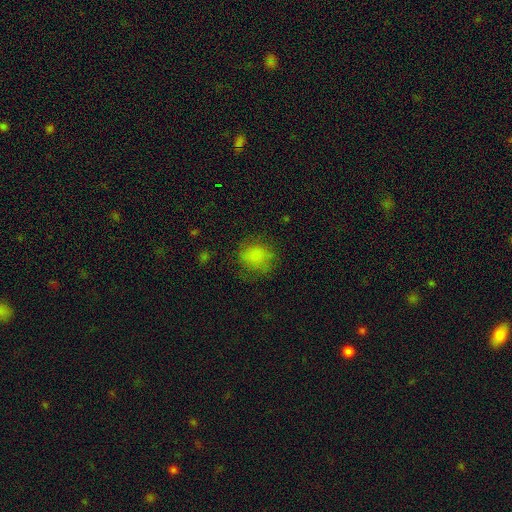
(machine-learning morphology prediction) A smooth galaxy with no disk features (78%) that is round (78%).

Vote fractions:
- Smooth or featured? smooth: 78% / featured or disk: 11% / star or artifact: 11%
- How rounded? round: 78% / in between: 21% / cigar-shaped: 1%
- Merging? none: 69% / minor disturbance: 19% / major disturbance: 10% / merger: 1%